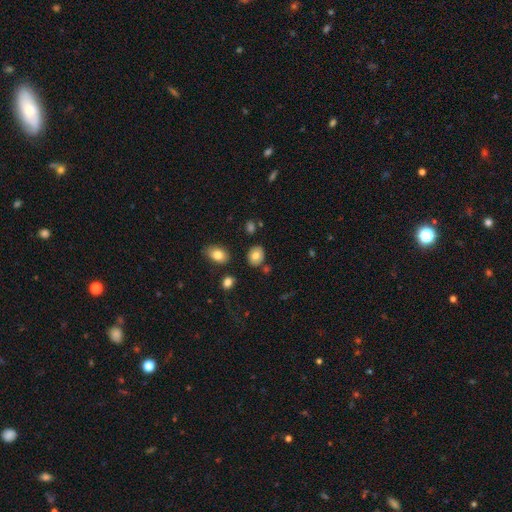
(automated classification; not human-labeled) Overall: smooth (77%). How rounded: in between (54%; round 45%). Merging: none (81%).